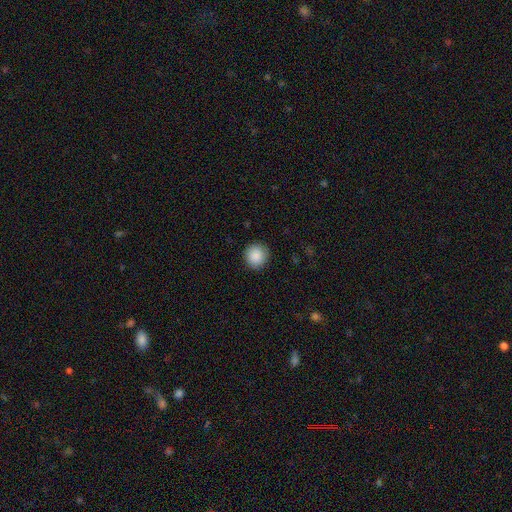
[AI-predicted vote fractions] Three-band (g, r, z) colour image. It shows a smooth galaxy with no disk features (89%) that is round (93%). Merging: none (90%).